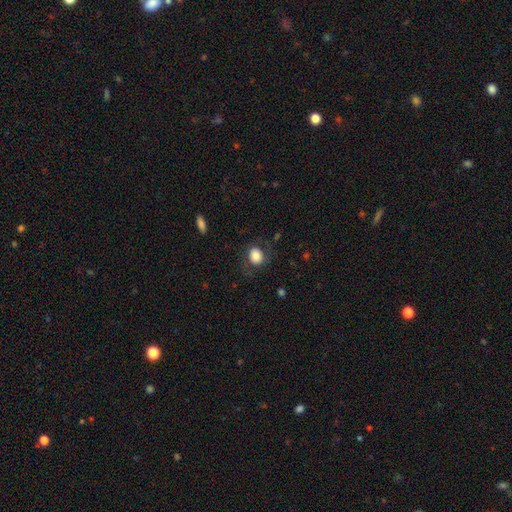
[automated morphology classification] Smooth or featured: smooth — 72% (featured or disk — 19%)
How rounded: round — 55% (in between — 44%)
Merging: none — 71% (minor disturbance — 15%)